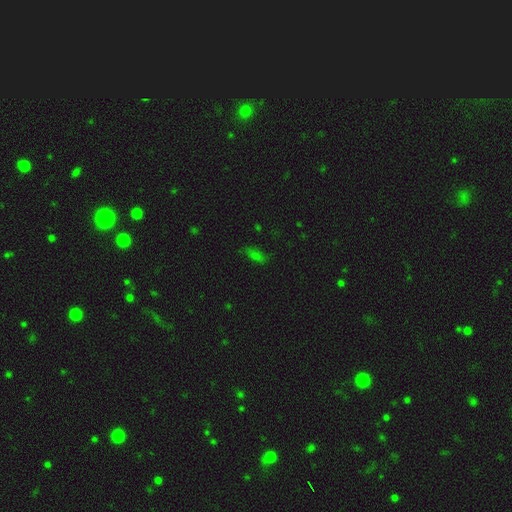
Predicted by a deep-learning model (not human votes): A smooth galaxy with no disk features (64%) that is in between round and cigar-shaped (75%).

Vote fractions:
- Smooth or featured? smooth: 64% / star or artifact: 23% / featured or disk: 13%
- How rounded? in between: 75% / cigar-shaped: 19% / round: 6%
- Merging? none: 74% / minor disturbance: 18% / major disturbance: 6% / merger: 2%